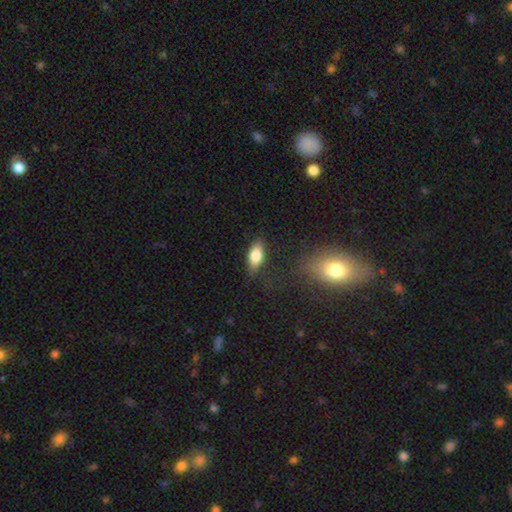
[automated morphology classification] A smooth galaxy with no disk features (75%) that is in between round and cigar-shaped (82%). Merging: none (80%).